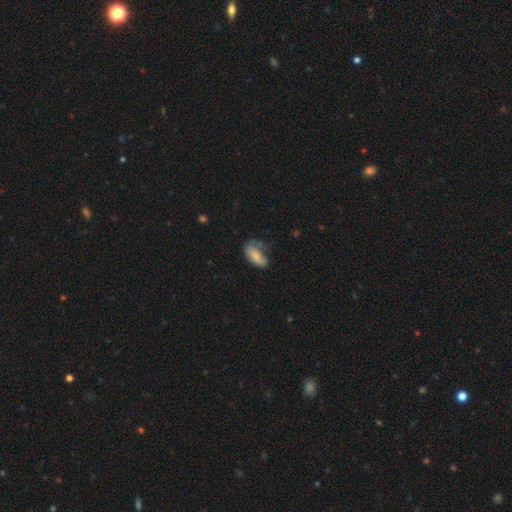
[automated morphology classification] smooth_or_featured: smooth (p=0.72) [alt: featured or disk p=0.21]
how_rounded: in between (p=0.88) [alt: cigar-shaped p=0.08]
merging: none (p=0.39) [alt: minor disturbance p=0.32]